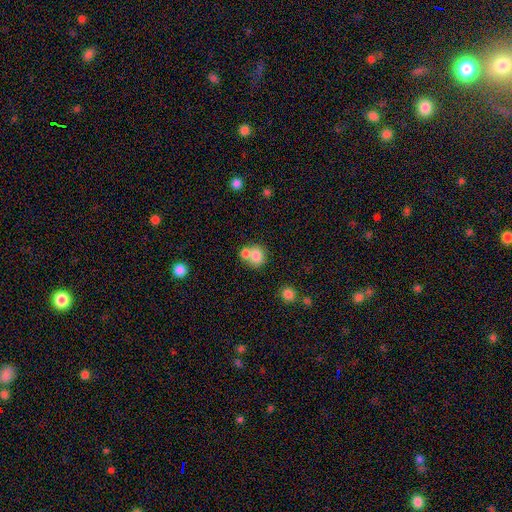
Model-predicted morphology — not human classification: smooth-or-featured: smooth: 77% | featured or disk: 13% | star or artifact: 10%
  how-rounded: round: 78% | in between: 21% | cigar-shaped: 1%
  merging: merger: 48% | none: 41% | minor disturbance: 8% | major disturbance: 3%